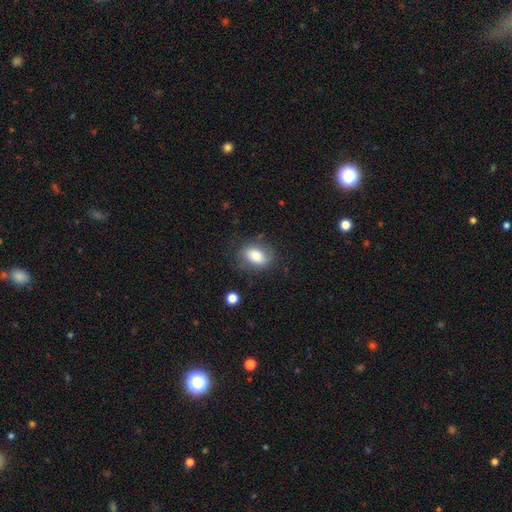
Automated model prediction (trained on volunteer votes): Q: Smooth or featured?
A: smooth (72%); runner-up: featured or disk (20%)
Q: How rounded?
A: in between (76%); runner-up: round (22%)
Q: Merging?
A: none (66%); runner-up: minor disturbance (21%)